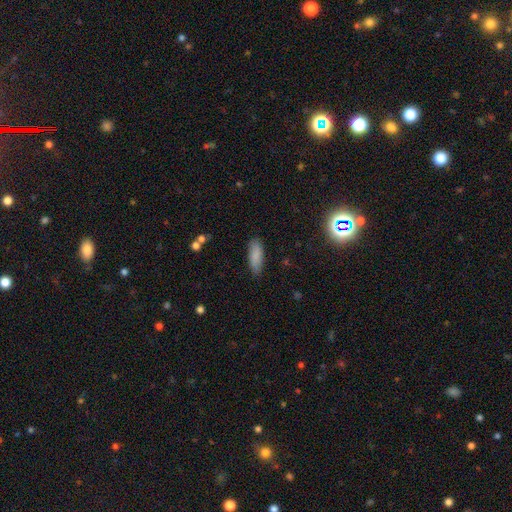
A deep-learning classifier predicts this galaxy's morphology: smooth_or_featured: smooth (p=0.87) [alt: star or artifact p=0.07]
how_rounded: in between (p=0.66) [alt: cigar-shaped p=0.32]
merging: none (p=0.83) [alt: minor disturbance p=0.13]